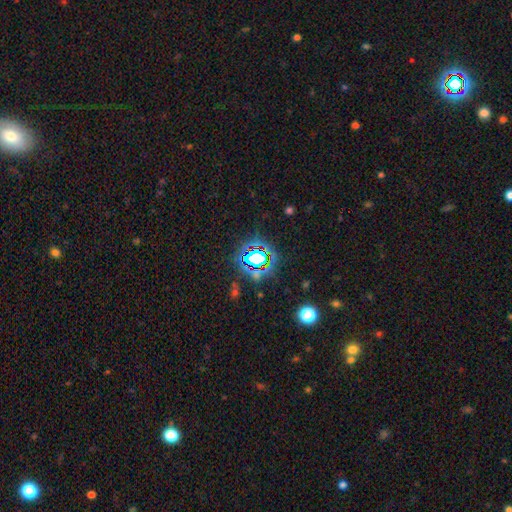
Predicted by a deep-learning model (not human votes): This appears to be a star or artifact, not a galaxy (70%).